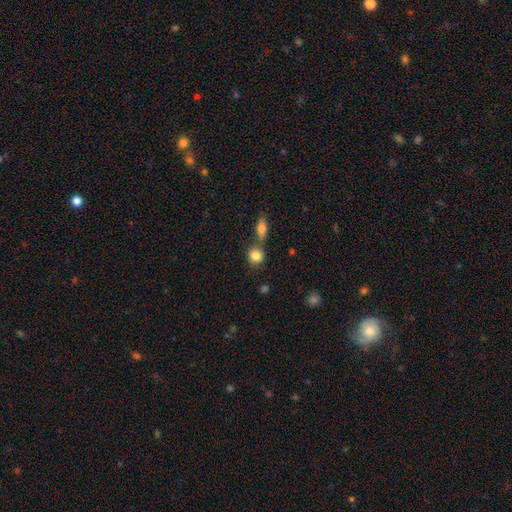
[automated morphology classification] smooth 84%, star or artifact 8%, featured or disk 7%. Down the decision tree: how rounded — round (76%); merging — none (56%).